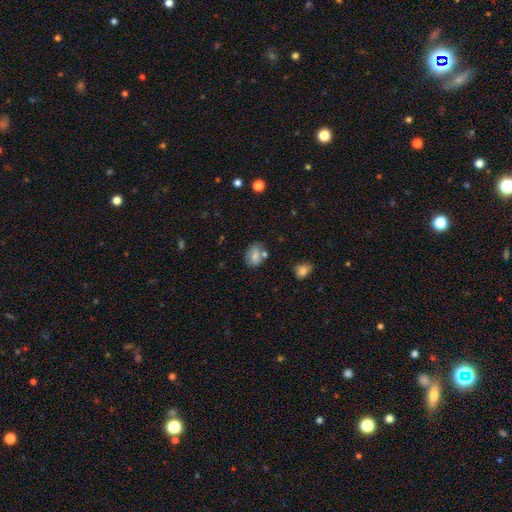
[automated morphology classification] Q: Smooth or featured?
A: smooth (73%); runner-up: featured or disk (17%)
Q: How rounded?
A: in between (69%); runner-up: round (30%)
Q: Merging?
A: none (62%); runner-up: minor disturbance (18%)